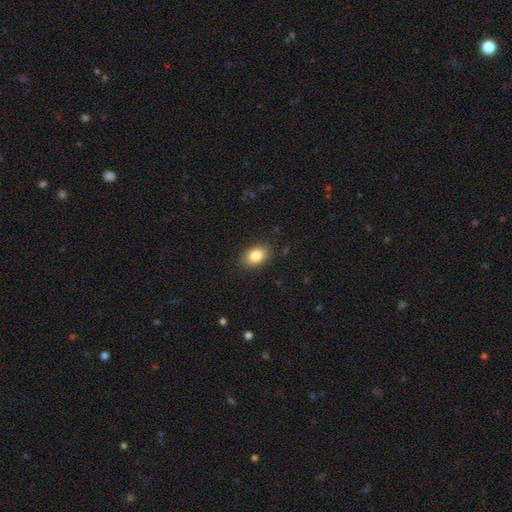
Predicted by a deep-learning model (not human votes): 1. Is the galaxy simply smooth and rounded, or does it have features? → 85% smooth, 8% star or artifact, 7% featured or disk.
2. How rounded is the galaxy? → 86% in between, 12% round, 1% cigar-shaped.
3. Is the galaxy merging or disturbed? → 86% none, 10% minor disturbance, 3% major disturbance, 1% merger.